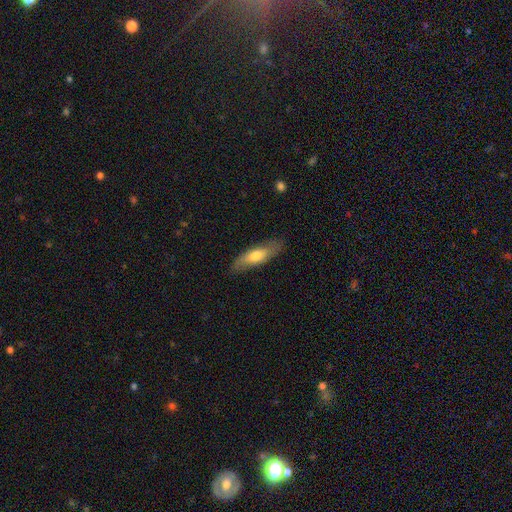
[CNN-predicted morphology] A smooth galaxy with no disk features (60%) that is cigar-shaped (53%).

Vote fractions:
- Smooth or featured? smooth: 60% / featured or disk: 35% / star or artifact: 6%
- How rounded? cigar-shaped: 53% / in between: 44% / round: 2%
- Merging? none: 83% / minor disturbance: 13% / major disturbance: 3% / merger: 1%